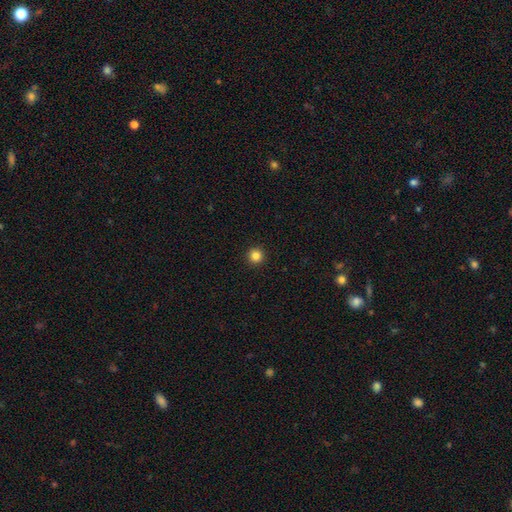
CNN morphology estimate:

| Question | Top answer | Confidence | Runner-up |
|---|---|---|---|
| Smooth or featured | smooth | 84% | star or artifact (12%) |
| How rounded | round | 96% | in between (3%) |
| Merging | none | 94% | minor disturbance (4%) |